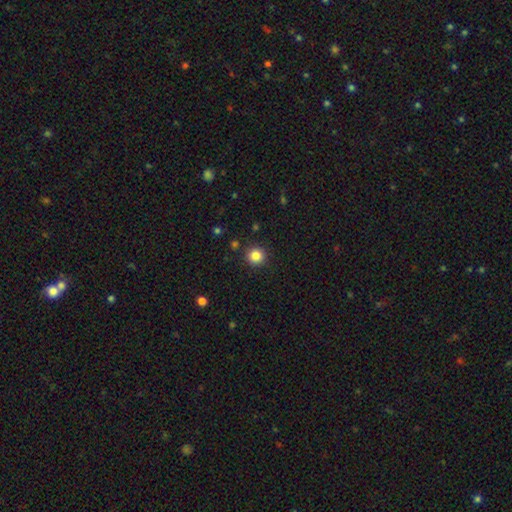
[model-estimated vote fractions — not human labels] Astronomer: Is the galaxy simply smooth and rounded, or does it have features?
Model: smooth — 84%.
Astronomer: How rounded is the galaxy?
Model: round — 94%.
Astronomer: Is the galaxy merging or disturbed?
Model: none — 90%.